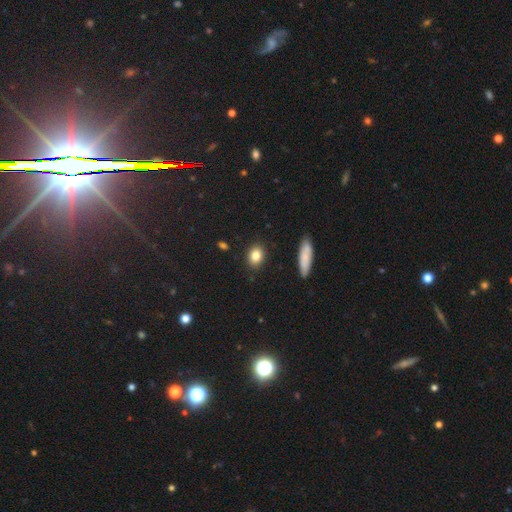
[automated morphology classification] Smooth or featured? Predicted: smooth (p=0.83). How rounded? Predicted: in between (p=0.59). Merging? Predicted: none (p=0.88).